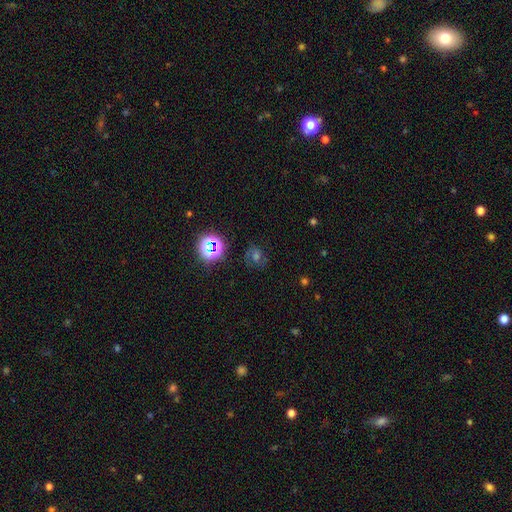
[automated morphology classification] type=star or artifact (42%).